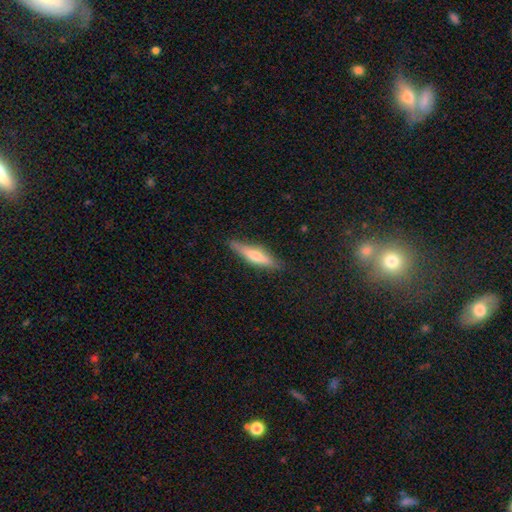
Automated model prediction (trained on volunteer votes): smooth_or_featured: featured or disk (p=0.48) [alt: smooth p=0.45]
merging: none (p=0.85) [alt: minor disturbance p=0.11]